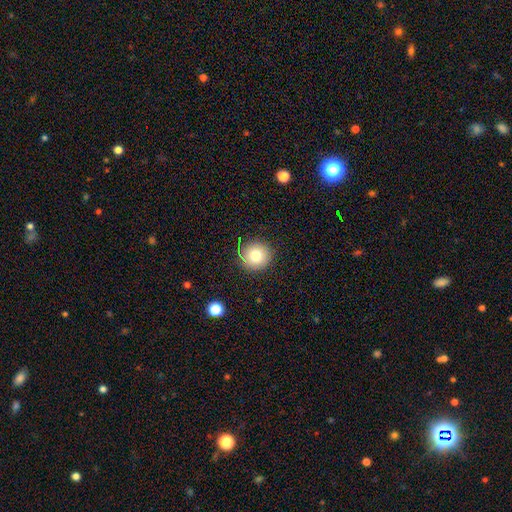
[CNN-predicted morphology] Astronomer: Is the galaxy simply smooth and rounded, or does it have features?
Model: smooth — 78%.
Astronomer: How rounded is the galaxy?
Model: round — 92%.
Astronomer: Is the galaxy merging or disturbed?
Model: none — 86%.